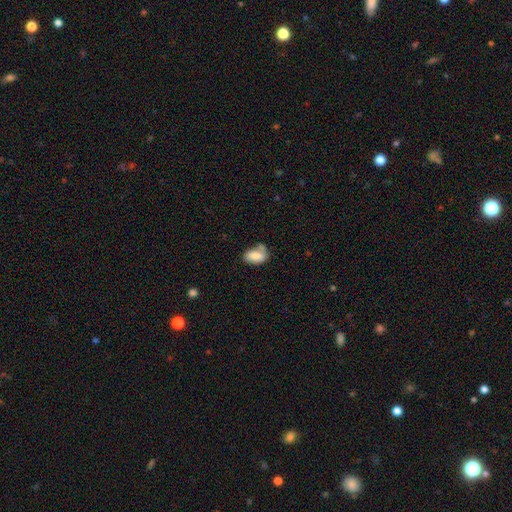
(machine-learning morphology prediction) Smooth or featured? Predicted: smooth (p=0.79). How rounded? Predicted: in between (p=0.90). Merging? Predicted: none (p=0.47).